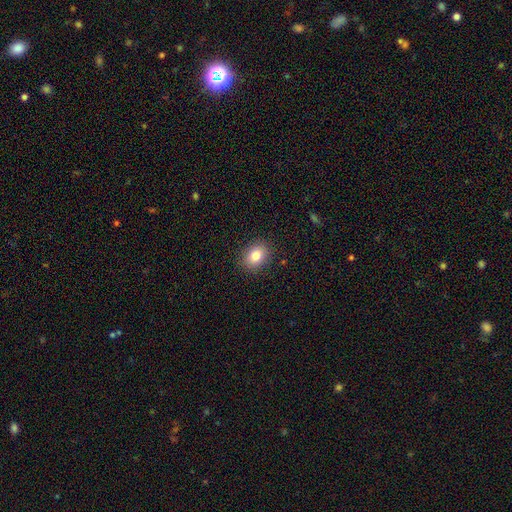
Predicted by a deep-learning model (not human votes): This is clearly a smooth galaxy (82%). How rounded: possibly in between (58%). Merging: clearly none (88%).